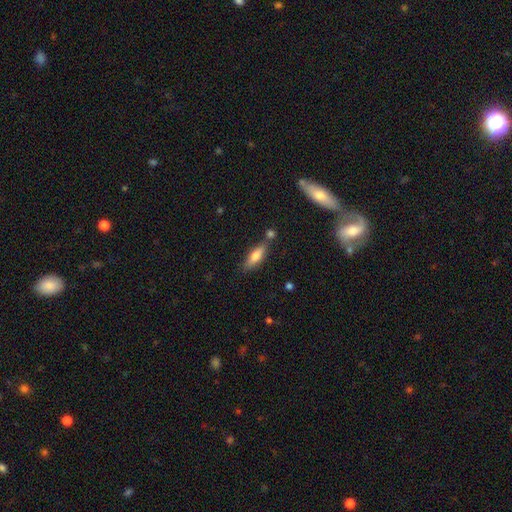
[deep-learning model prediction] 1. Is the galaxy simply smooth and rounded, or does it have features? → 69% smooth, 24% featured or disk, 7% star or artifact.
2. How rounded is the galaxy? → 51% cigar-shaped, 47% in between, 2% round.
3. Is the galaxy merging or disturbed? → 71% none, 14% minor disturbance, 11% merger, 3% major disturbance.